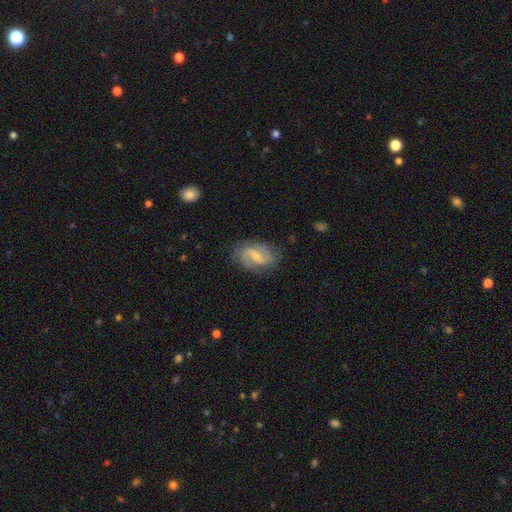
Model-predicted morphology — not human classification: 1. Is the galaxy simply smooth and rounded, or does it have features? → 79% featured or disk, 15% smooth, 6% star or artifact.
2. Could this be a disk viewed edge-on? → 97% no, 3% yes.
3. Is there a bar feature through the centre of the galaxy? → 56% weak, 26% strong, 19% no.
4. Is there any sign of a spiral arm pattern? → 94% yes, 6% no.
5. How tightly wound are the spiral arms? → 46% medium, 37% loose, 17% tight.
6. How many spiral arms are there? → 84% 2, 7% can't tell, 5% 1, 2% 3, 1% 4, 1% more than 4.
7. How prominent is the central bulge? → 53% small, 34% moderate, 10% none, 2% large, 1% dominant.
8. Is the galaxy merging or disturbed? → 74% none, 18% minor disturbance, 7% major disturbance, 1% merger.